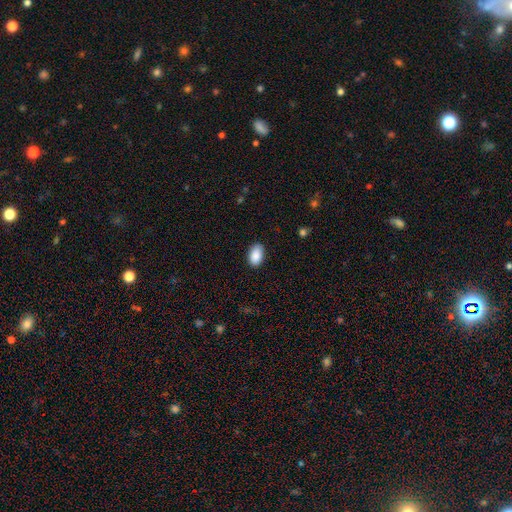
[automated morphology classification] A smooth galaxy with no disk features (89%) that is in between round and cigar-shaped (93%). Merging: none (85%).